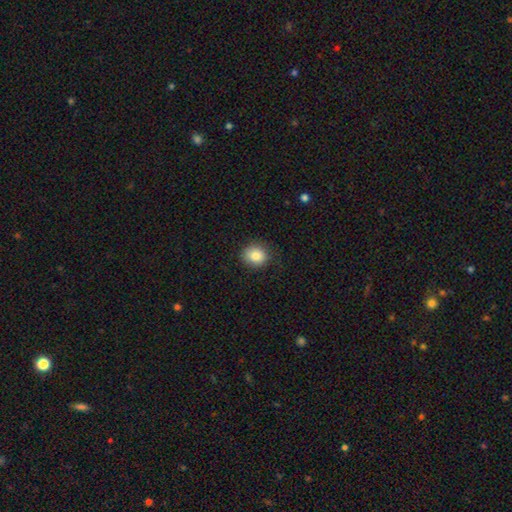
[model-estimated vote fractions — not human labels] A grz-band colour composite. It shows a smooth galaxy with no disk features (84%) that is round (78%). Merging: none (85%).